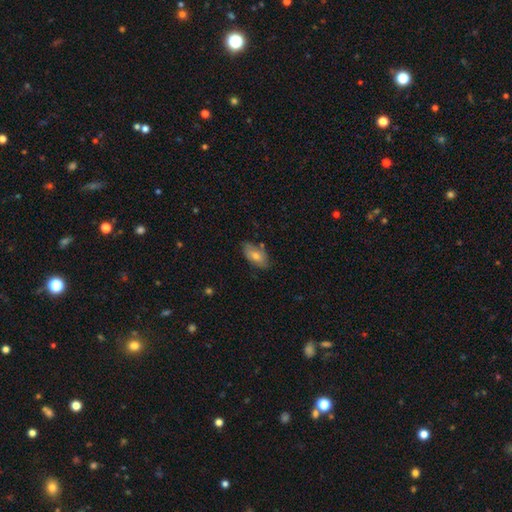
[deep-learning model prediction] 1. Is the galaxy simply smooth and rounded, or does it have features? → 60% smooth, 31% featured or disk, 9% star or artifact.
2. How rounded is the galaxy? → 90% in between, 5% cigar-shaped, 5% round.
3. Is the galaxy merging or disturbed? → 75% none, 19% minor disturbance, 4% major disturbance, 3% merger.